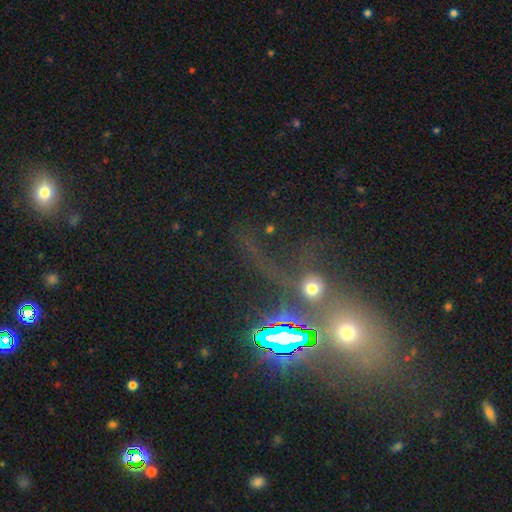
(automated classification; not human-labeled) Smooth or featured: star or artifact — 62% (smooth — 20%)